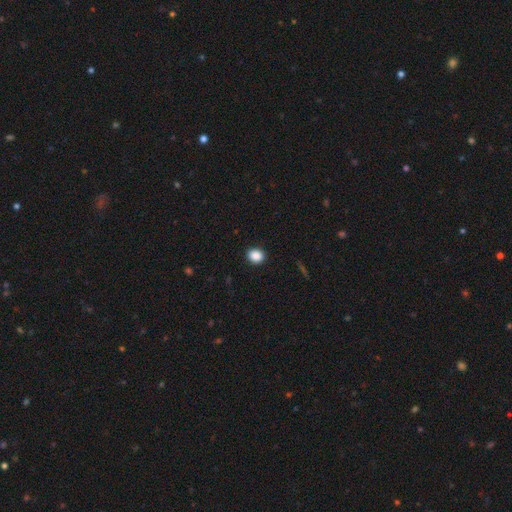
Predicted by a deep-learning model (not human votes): smooth_or_featured: smooth (p=0.88) [alt: star or artifact p=0.09]
how_rounded: round (p=0.62) [alt: in between p=0.37]
merging: none (p=0.91) [alt: minor disturbance p=0.06]